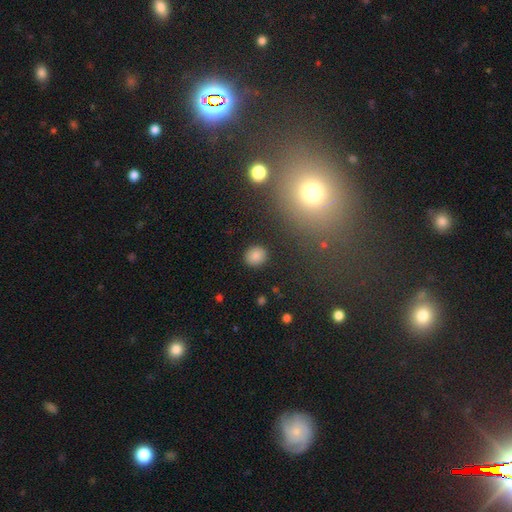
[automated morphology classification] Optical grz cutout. It shows a smooth galaxy with no disk features (82%) that is round (81%). Merging: none (90%).